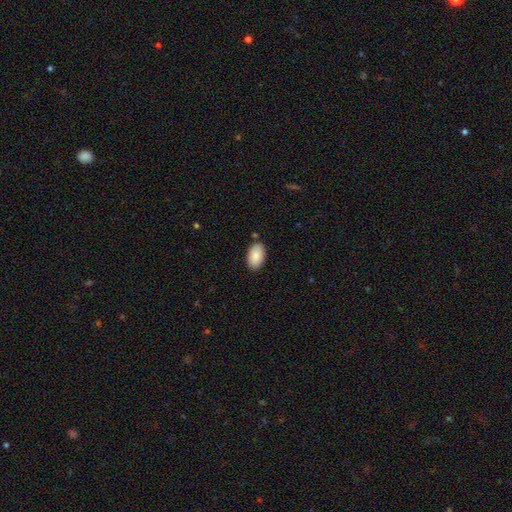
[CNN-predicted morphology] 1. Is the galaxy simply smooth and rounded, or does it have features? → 88% smooth, 6% star or artifact, 6% featured or disk.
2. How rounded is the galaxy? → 94% in between, 5% round, 1% cigar-shaped.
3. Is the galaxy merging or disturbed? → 86% none, 10% minor disturbance, 2% major disturbance, 2% merger.